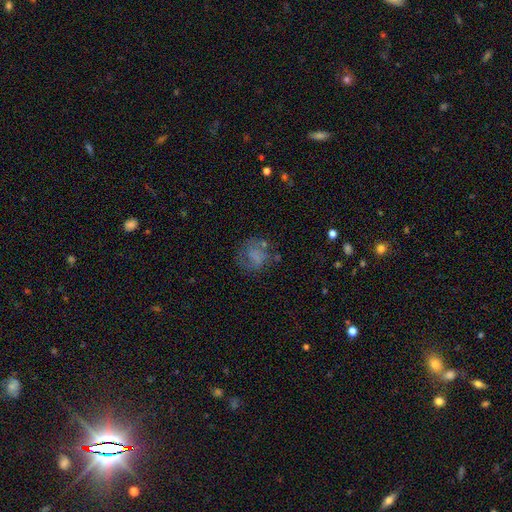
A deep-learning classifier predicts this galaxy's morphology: smooth 58%, featured or disk 27%, star or artifact 15%. Down the decision tree: how rounded — round (72%); merging — none (57%).